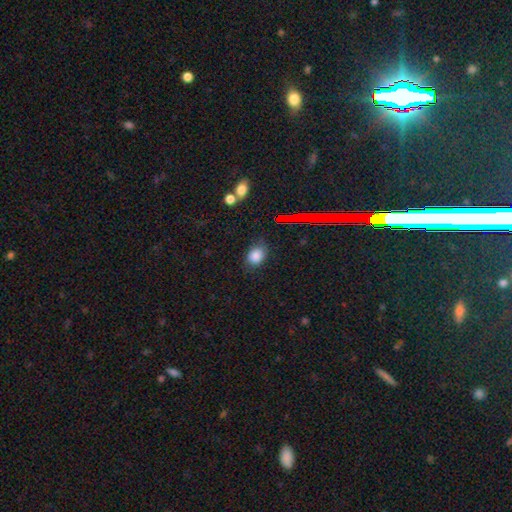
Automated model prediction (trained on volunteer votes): The model was most divided on "how rounded": in between: 61%, round: 37%, cigar-shaped: 1%. More confident: smooth or featured — smooth (80%); merging — none (74%).